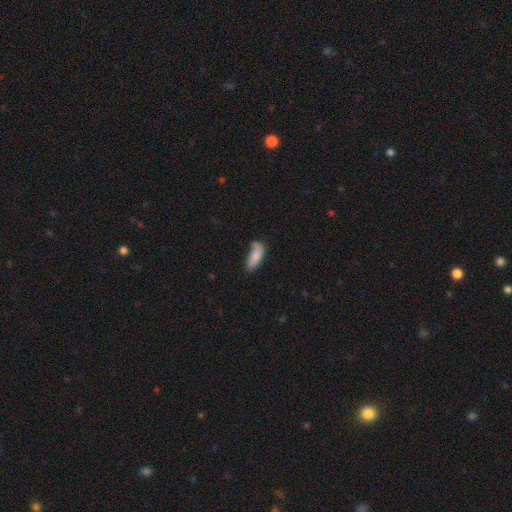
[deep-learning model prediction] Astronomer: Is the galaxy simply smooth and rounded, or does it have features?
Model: smooth — 83%.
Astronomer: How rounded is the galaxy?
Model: in between — 71%.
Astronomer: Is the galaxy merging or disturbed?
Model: none — 48% (runner-up: minor disturbance, 31%).